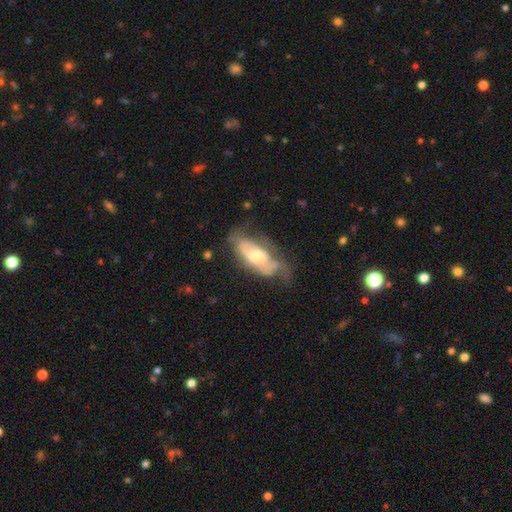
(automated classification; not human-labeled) Smooth or featured? featured or disk (62%)
Edge-on disk? no (84%)
Bar? no (70%)
Spiral arms? yes (63%)
Bulge size? moderate (59%)
Merging? none (41%)